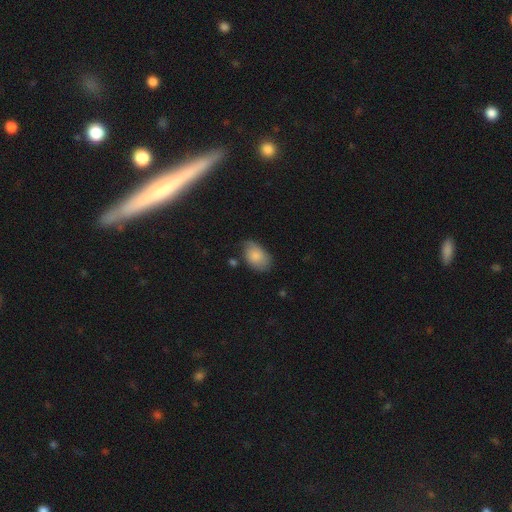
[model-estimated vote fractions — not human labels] Smooth or featured? smooth (80%)
How rounded? in between (91%)
Merging? none (62%)